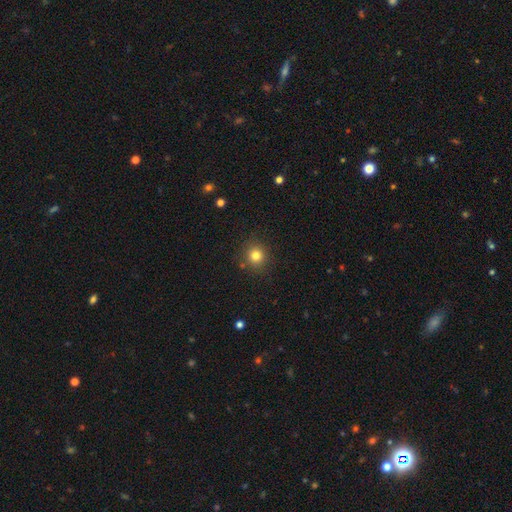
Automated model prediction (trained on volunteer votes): A smooth galaxy with no disk features (80%) that is round (91%).

Vote fractions:
- Smooth or featured? smooth: 80% / star or artifact: 13% / featured or disk: 7%
- How rounded? round: 91% / in between: 8% / cigar-shaped: 1%
- Merging? none: 87% / minor disturbance: 7% / major disturbance: 3% / merger: 3%